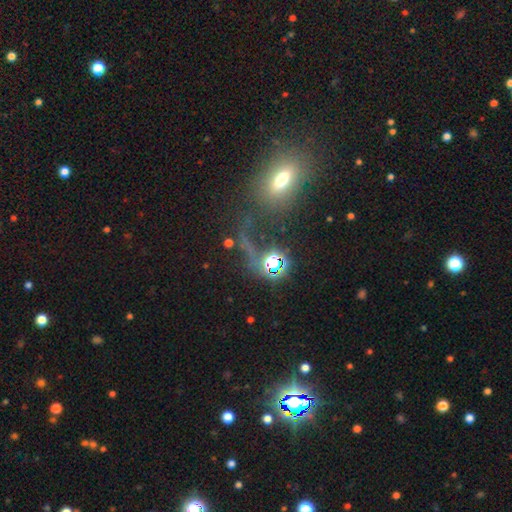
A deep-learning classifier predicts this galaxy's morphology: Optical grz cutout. It shows a smooth galaxy with no disk features (47%). Merging: none (56%).